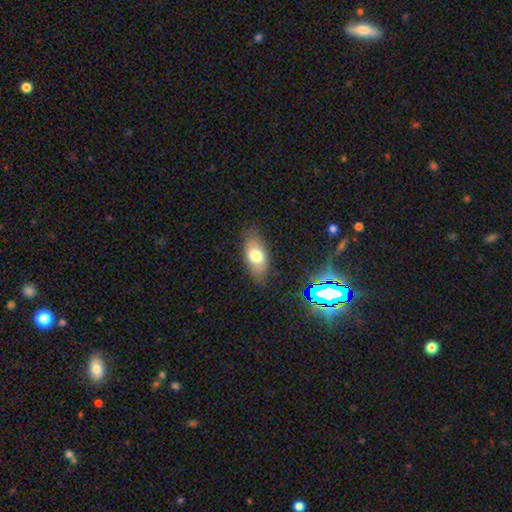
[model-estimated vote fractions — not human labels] Smooth or featured? smooth (72%)
How rounded? in between (89%)
Merging? none (82%)